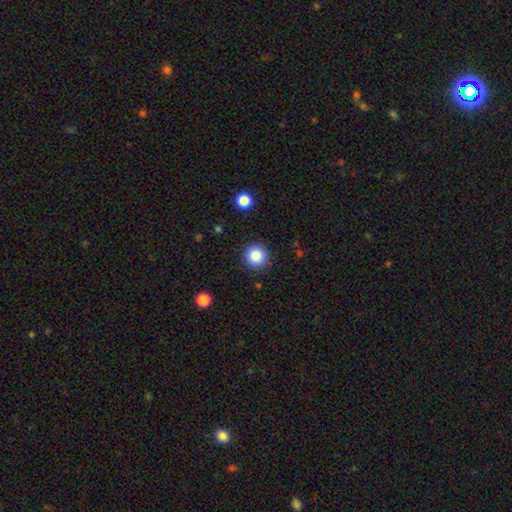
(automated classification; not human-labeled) The model was most divided on "smooth or featured": smooth: 85%, star or artifact: 10%, featured or disk: 5%. More confident: how rounded — round (96%); merging — none (91%).